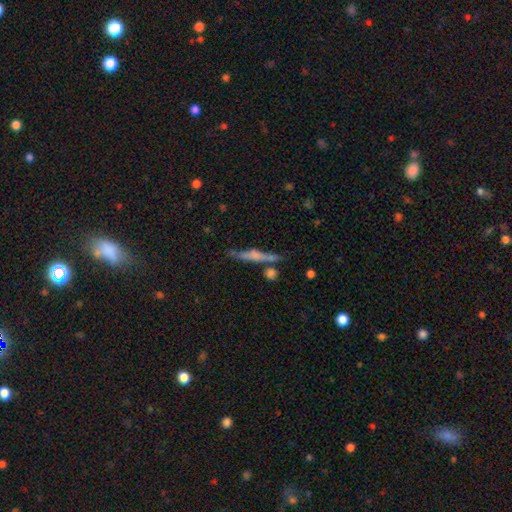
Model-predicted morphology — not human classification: Smooth or featured?
  - featured or disk: 52% *
  - smooth: 39%
  - star or artifact: 9%
Edge-on disk?
  - yes: 94% *
  - no: 6%
Merging?
  - none: 74% *
  - minor disturbance: 13%
  - merger: 9%
  - major disturbance: 4%